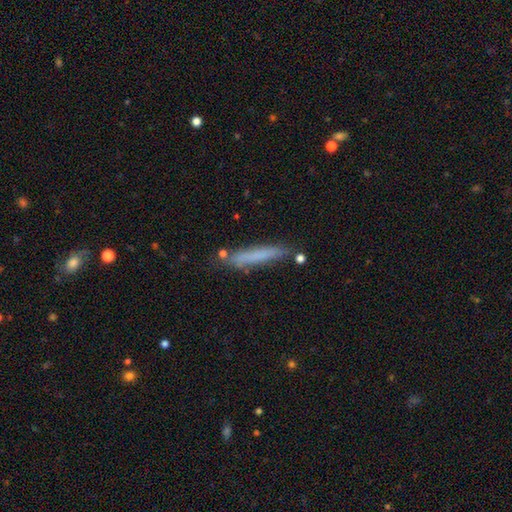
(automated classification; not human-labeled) smooth_or_featured: smooth (p=0.68) [alt: featured or disk p=0.24]
how_rounded: cigar-shaped (p=0.94) [alt: in between p=0.05]
merging: none (p=0.79) [alt: minor disturbance p=0.14]